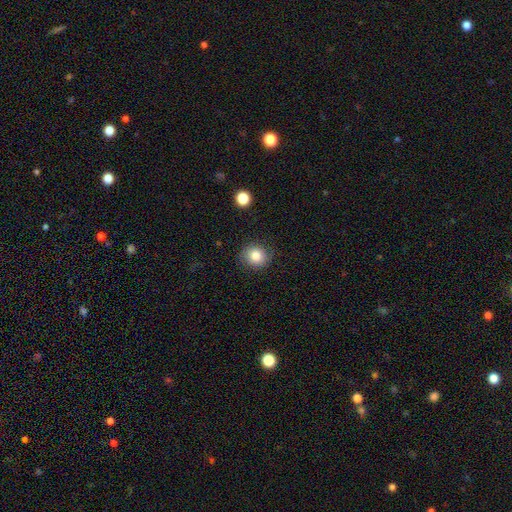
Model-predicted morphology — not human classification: This is clearly a smooth galaxy (80%). How rounded: clearly round (82%). Merging: clearly none (83%).